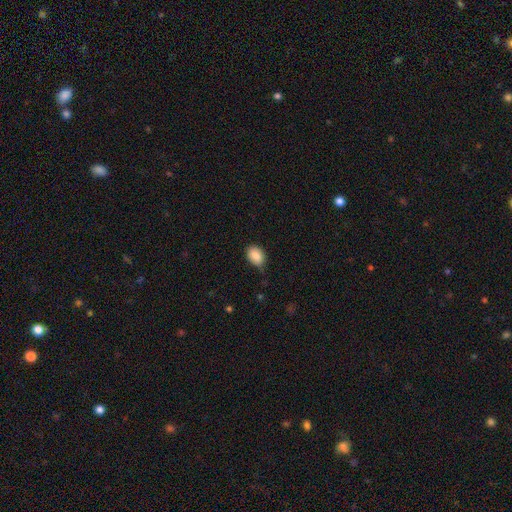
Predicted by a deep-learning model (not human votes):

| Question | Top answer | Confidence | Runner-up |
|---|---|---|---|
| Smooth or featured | smooth | 86% | star or artifact (8%) |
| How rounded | in between | 70% | round (29%) |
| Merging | none | 65% | minor disturbance (29%) |